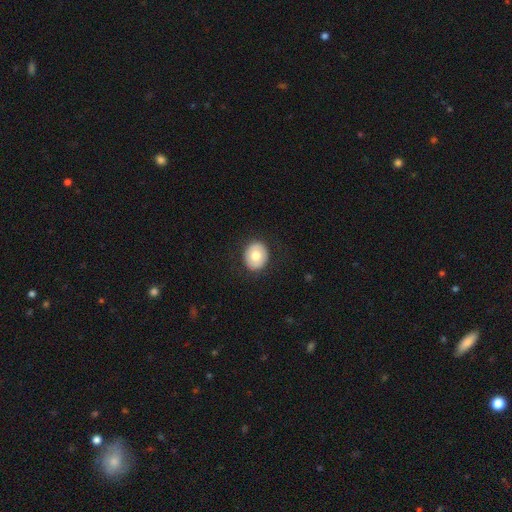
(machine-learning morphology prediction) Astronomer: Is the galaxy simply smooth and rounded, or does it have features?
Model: smooth — 71%.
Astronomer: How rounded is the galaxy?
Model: round — 72%.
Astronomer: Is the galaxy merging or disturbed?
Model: none — 87%.